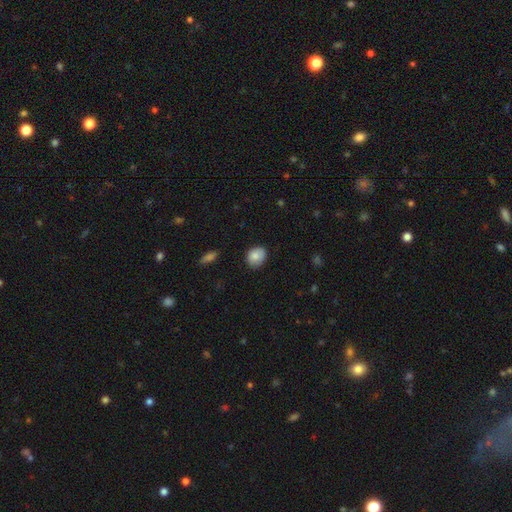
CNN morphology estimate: Smooth or featured?
  - smooth: 84% *
  - featured or disk: 9%
  - star or artifact: 7%
How rounded?
  - round: 50% *
  - in between: 49%
  - cigar-shaped: 1%
Merging?
  - none: 79% *
  - minor disturbance: 17%
  - major disturbance: 3%
  - merger: 1%